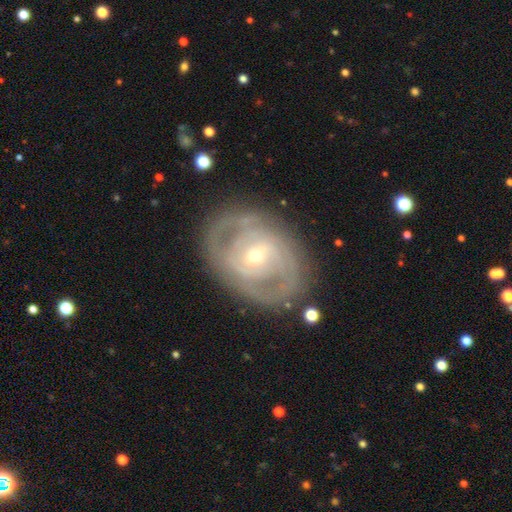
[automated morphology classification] The model was most divided on "bar": no: 52%, weak: 34%, strong: 14%. Remaining: edge-on disk — no (96%); smooth or featured — featured or disk (82%); spiral arms — yes (82%); merging — none (77%); bulge size — small (63%); spiral winding — tight (57%); spiral arm count — 2 (49%).